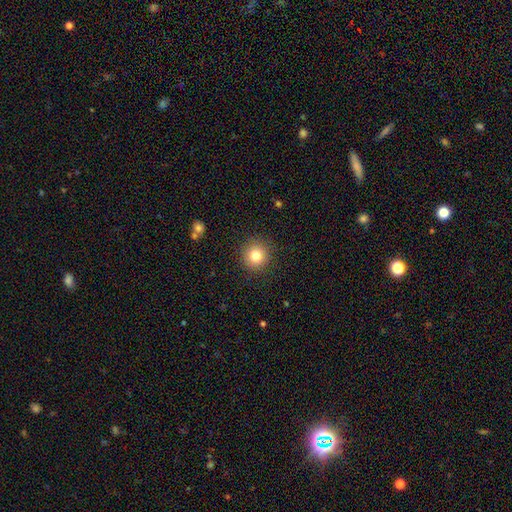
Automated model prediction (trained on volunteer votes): This is clearly a smooth galaxy (80%). How rounded: clearly round (94%). Merging: clearly none (90%).